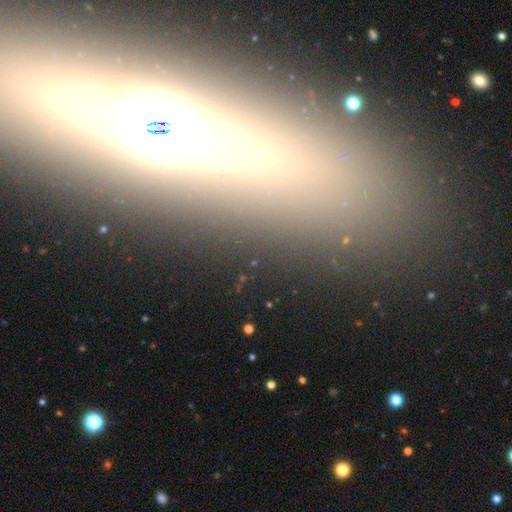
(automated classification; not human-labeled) Smooth or featured? Predicted: featured or disk (p=0.59). Edge-on disk? Predicted: yes (p=0.83). Merging? Predicted: none (p=0.85).